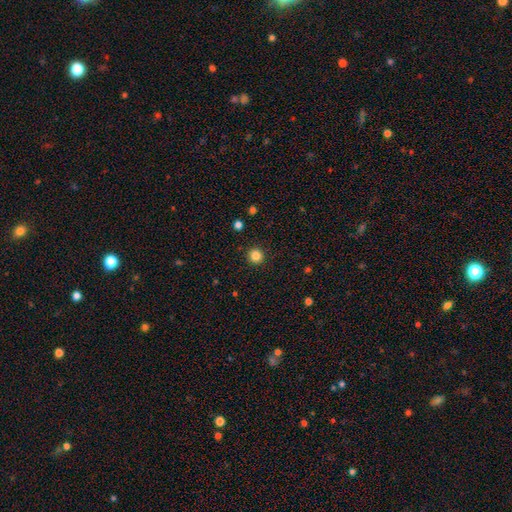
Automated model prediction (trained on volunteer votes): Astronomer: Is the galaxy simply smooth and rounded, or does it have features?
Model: smooth — 84%.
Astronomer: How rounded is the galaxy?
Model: round — 94%.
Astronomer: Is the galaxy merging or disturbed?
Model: none — 92%.